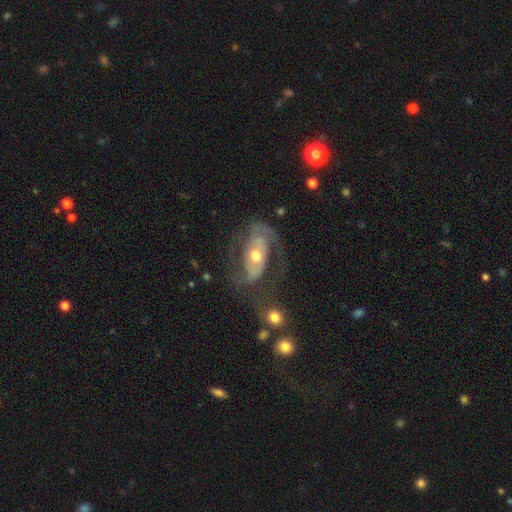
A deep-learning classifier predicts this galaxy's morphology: featured or disk 79%, smooth 15%, star or artifact 6%. Down the decision tree: edge-on disk — no (93%); bar — no (51%); spiral arms — yes (80%); spiral arm count — 2 (68%); spiral winding — medium (43%); bulge size — moderate (64%); merging — none (53%).